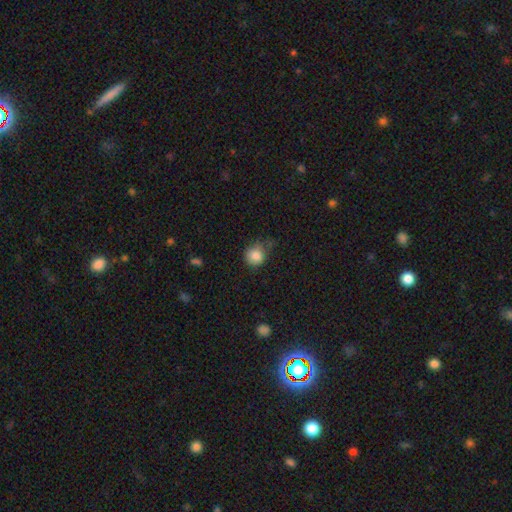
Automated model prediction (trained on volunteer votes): This is clearly a smooth galaxy (84%). How rounded: likely round (76%). Merging: possibly none (49%).